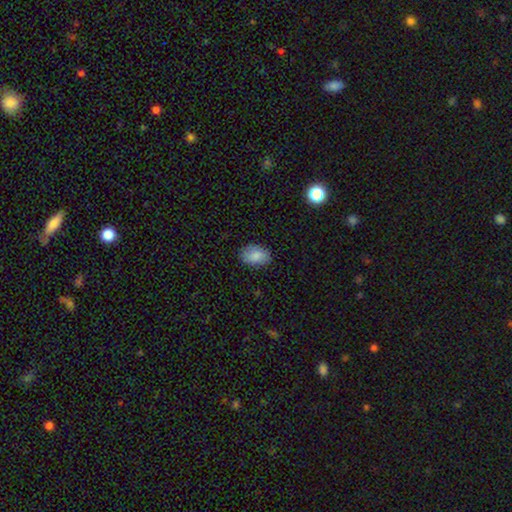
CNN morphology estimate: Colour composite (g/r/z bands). It shows a smooth galaxy with no disk features (87%) that is in between round and cigar-shaped (86%). Merging: none (84%).